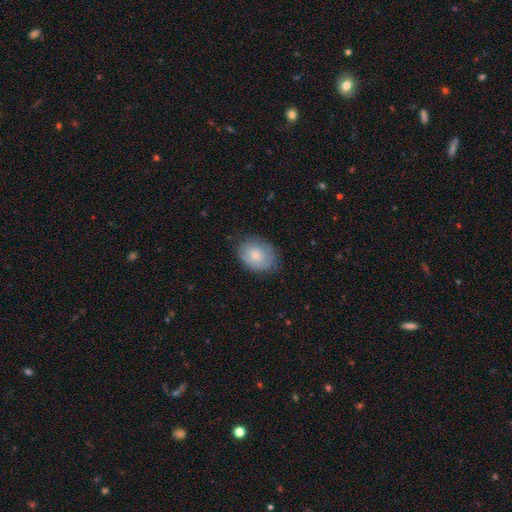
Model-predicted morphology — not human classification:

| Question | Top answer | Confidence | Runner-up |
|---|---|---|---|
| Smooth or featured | smooth | 66% | featured or disk (27%) |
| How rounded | in between | 67% | round (32%) |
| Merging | none | 72% | minor disturbance (21%) |